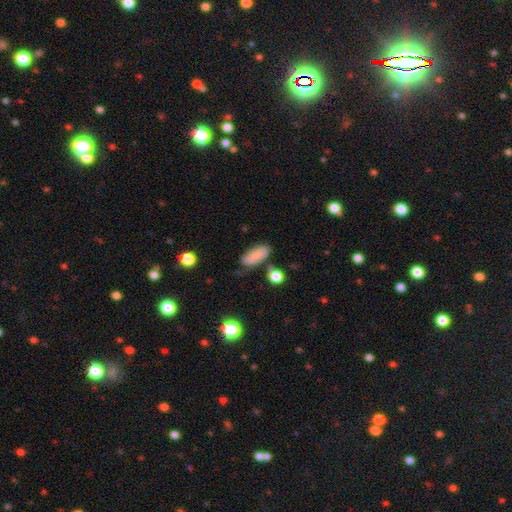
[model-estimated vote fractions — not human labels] smooth-or-featured: smooth: 81% | featured or disk: 11% | star or artifact: 8%
  how-rounded: in between: 82% | cigar-shaped: 15% | round: 3%
  merging: none: 57% | minor disturbance: 26% | major disturbance: 10% | merger: 7%